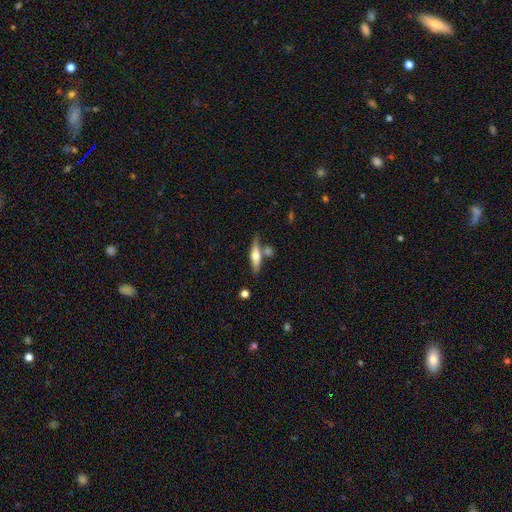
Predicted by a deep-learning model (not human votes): A featured or disk galaxy (53%) viewed edge-on (93%).

Vote fractions:
- Smooth or featured? featured or disk: 53% / smooth: 41% / star or artifact: 6%
- Edge-on disk? yes: 93% / no: 7%
- Merging? none: 65% / merger: 16% / minor disturbance: 14% / major disturbance: 4%